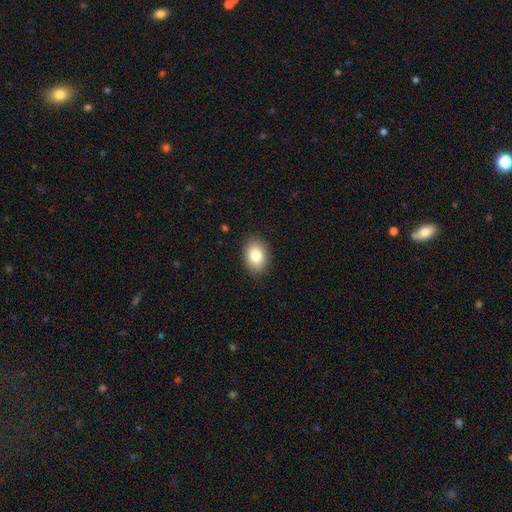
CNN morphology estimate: A smooth galaxy with no disk features (82%) that is in between round and cigar-shaped (78%).

Vote fractions:
- Smooth or featured? smooth: 82% / featured or disk: 10% / star or artifact: 8%
- How rounded? in between: 78% / round: 21% / cigar-shaped: 1%
- Merging? none: 88% / minor disturbance: 9% / major disturbance: 2% / merger: 1%